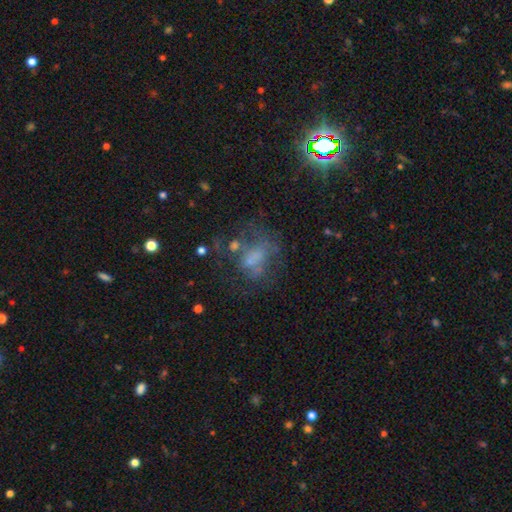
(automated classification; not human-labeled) smooth-or-featured: featured or disk: 45% | smooth: 32% | star or artifact: 23%
  merging: none: 37% | major disturbance: 34% | minor disturbance: 18% | merger: 11%